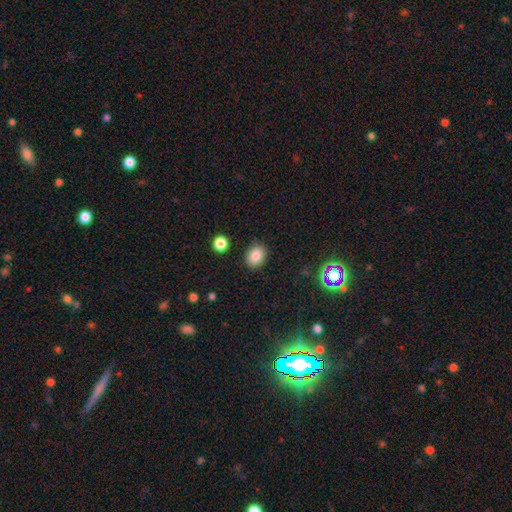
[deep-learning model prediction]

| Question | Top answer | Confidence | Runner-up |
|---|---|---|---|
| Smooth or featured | smooth | 84% | star or artifact (10%) |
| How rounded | in between | 62% | round (37%) |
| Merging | none | 85% | minor disturbance (10%) |